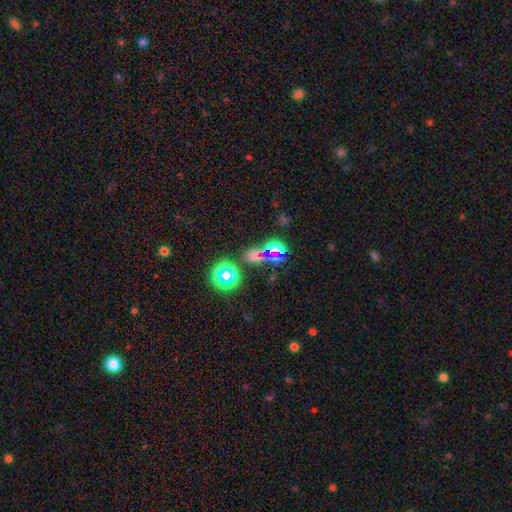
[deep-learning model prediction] This is possibly a star or artifact rather than a galaxy (57%).